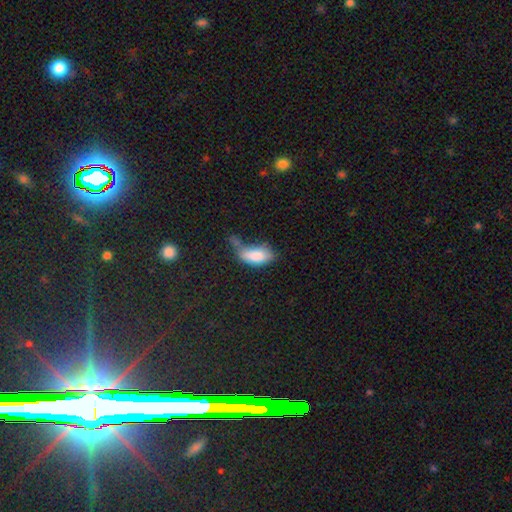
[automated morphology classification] Smooth or featured?
  - smooth: 81% *
  - featured or disk: 10%
  - star or artifact: 9%
How rounded?
  - in between: 90% *
  - cigar-shaped: 7%
  - round: 3%
Merging?
  - minor disturbance: 29% *
  - major disturbance: 26%
  - none: 25%
  - merger: 21%